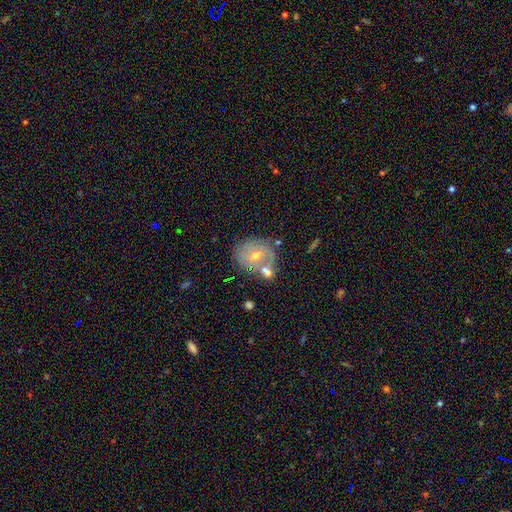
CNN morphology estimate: Smooth or featured? Predicted: featured or disk (p=0.47). Merging? Predicted: none (p=0.55).